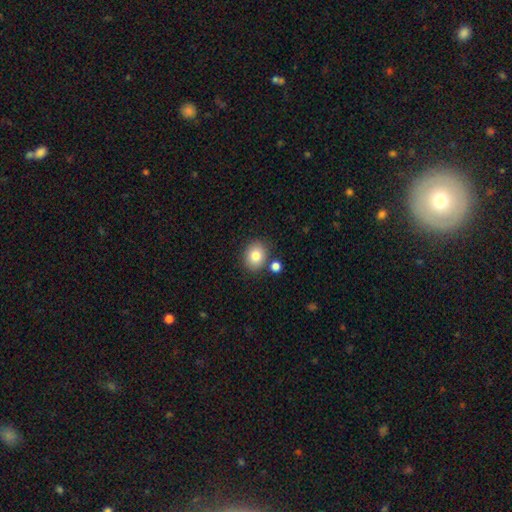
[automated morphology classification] This is clearly a smooth galaxy (82%). How rounded: likely round (60%). Merging: likely none (78%).